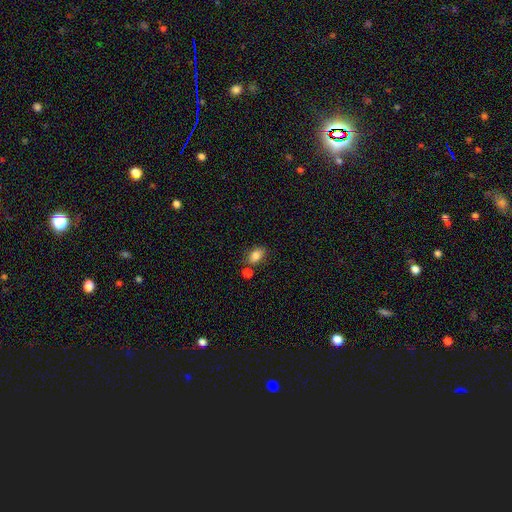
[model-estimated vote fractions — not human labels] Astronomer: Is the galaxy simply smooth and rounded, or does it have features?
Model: smooth — 83%.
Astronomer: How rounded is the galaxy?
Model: in between — 84%.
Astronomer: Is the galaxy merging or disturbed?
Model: none — 65%.